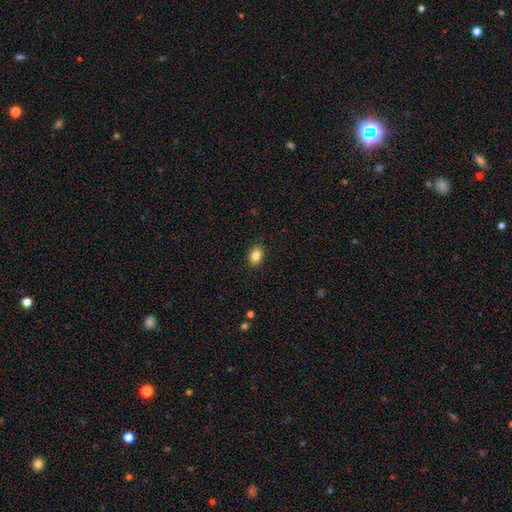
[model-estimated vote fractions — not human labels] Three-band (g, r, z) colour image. It shows a smooth galaxy with no disk features (84%) that is in between round and cigar-shaped (74%). Merging: none (89%).